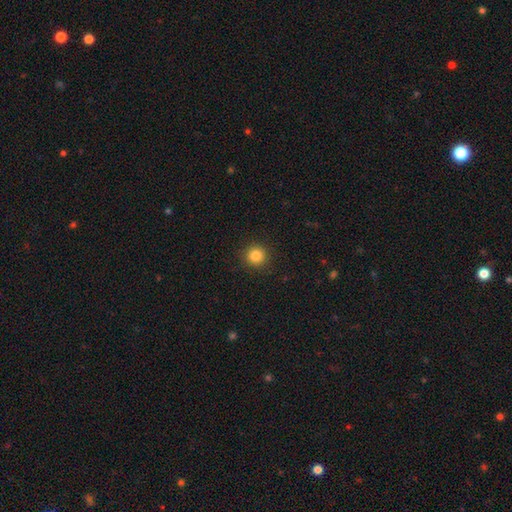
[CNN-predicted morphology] A smooth galaxy with no disk features (84%) that is round (94%). Merging: none (92%).